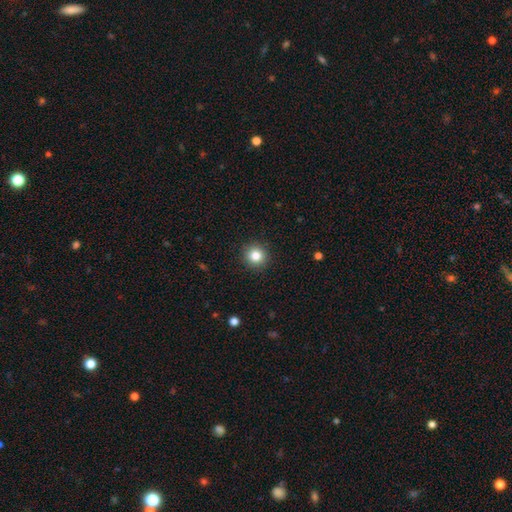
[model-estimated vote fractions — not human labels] smooth-or-featured: smooth: 82% | star or artifact: 11% | featured or disk: 6%
  how-rounded: round: 94% | in between: 5% | cigar-shaped: 1%
  merging: none: 92% | minor disturbance: 5% | major disturbance: 2% | merger: 1%